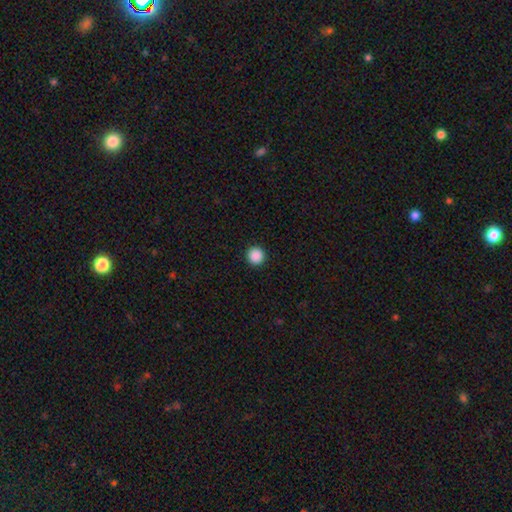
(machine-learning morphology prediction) smooth_or_featured: smooth (p=0.89) [alt: star or artifact p=0.09]
how_rounded: round (p=0.96) [alt: in between p=0.03]
merging: none (p=0.94) [alt: minor disturbance p=0.04]